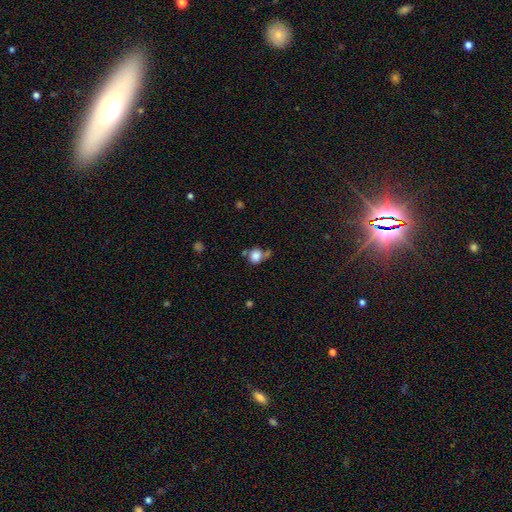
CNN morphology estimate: Smooth or featured? smooth (83%)
How rounded? round (79%)
Merging? none (52%)